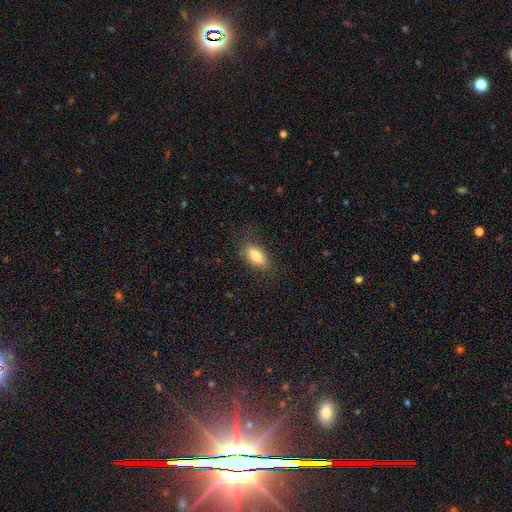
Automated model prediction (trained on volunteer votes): Smooth or featured? Predicted: smooth (p=0.81). How rounded? Predicted: in between (p=0.85). Merging? Predicted: none (p=0.80).